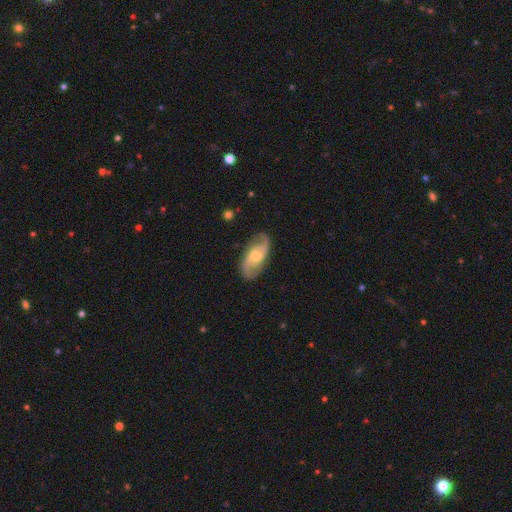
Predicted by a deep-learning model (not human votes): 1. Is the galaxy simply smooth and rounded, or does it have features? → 83% featured or disk, 12% smooth, 5% star or artifact.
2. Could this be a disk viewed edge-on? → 95% no, 5% yes.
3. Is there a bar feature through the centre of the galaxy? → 49% weak, 40% no, 11% strong.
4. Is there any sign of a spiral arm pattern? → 95% yes, 5% no.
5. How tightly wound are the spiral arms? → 49% medium, 34% loose, 17% tight.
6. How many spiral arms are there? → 90% 2, 4% can't tell, 2% 3, 2% 1, 1% 4, 1% more than 4.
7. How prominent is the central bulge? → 58% moderate, 35% small, 4% large, 2% none, 1% dominant.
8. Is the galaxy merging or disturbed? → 83% none, 12% minor disturbance, 4% major disturbance, 1% merger.